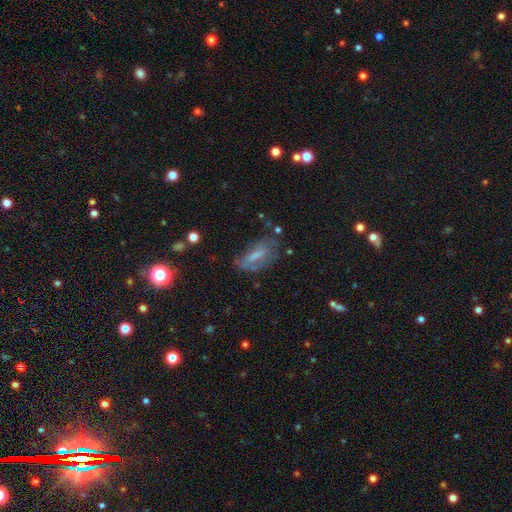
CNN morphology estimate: Smooth or featured? smooth (47%)
Merging? none (52%)